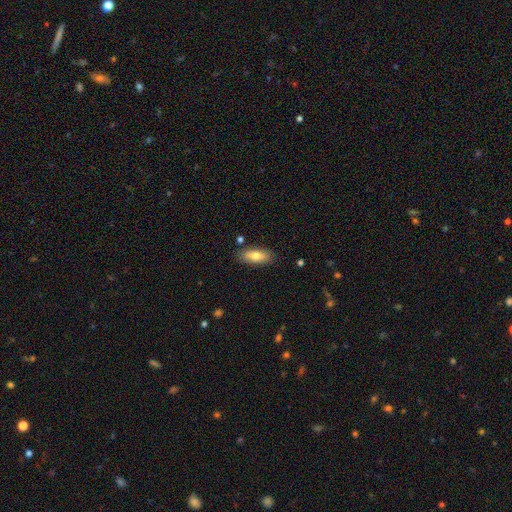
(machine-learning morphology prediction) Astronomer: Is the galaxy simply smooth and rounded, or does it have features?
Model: smooth — 74%.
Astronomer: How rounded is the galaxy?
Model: in between — 75%.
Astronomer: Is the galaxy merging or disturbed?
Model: none — 84%.